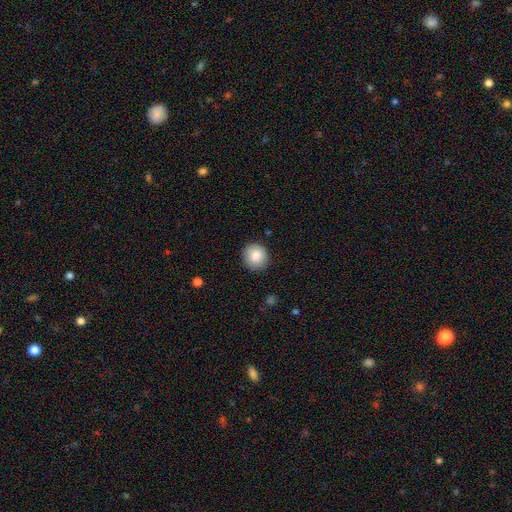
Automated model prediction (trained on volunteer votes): A smooth galaxy with no disk features (85%) that is round (91%). Merging: none (90%).